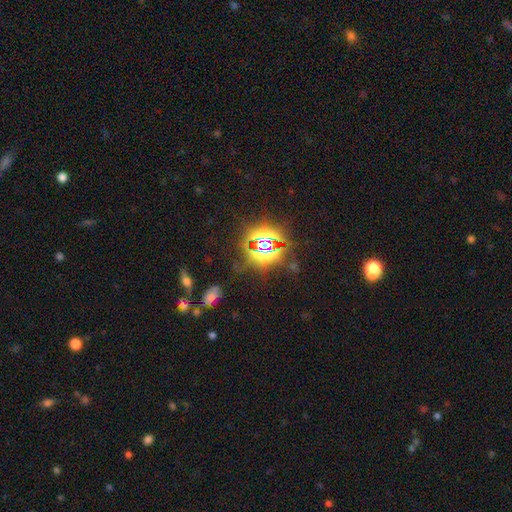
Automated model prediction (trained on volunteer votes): A star or artifact, not a galaxy (80%).

Vote fractions:
- Smooth or featured? star or artifact: 80% / smooth: 11% / featured or disk: 8%